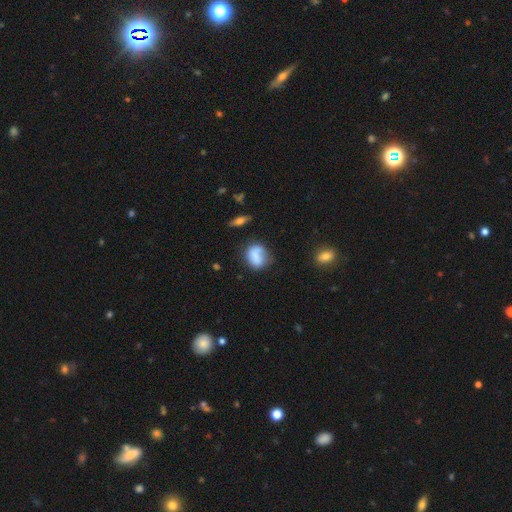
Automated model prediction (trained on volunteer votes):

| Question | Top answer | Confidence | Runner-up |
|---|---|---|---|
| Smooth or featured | smooth | 76% | featured or disk (16%) |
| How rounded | round | 50% | in between (48%) |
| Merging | none | 53% | minor disturbance (28%) |